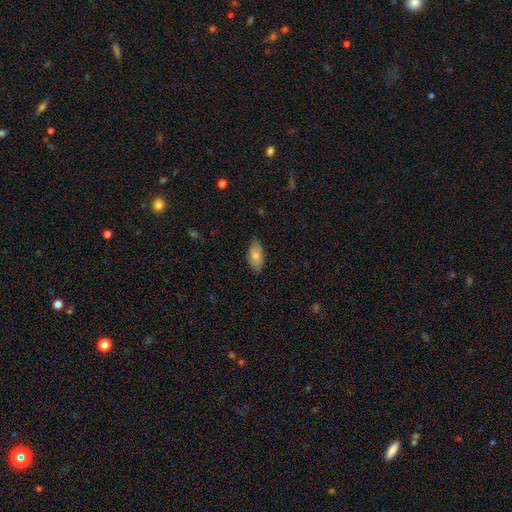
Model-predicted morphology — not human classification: Overall: smooth (75%). How rounded: in between (93%). Merging: none (81%).